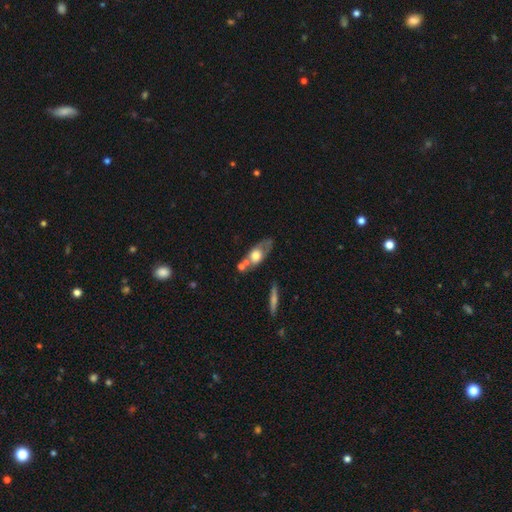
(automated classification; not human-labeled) smooth 47%, featured or disk 46%, star or artifact 7%. Down the decision tree: merging — none (51%).